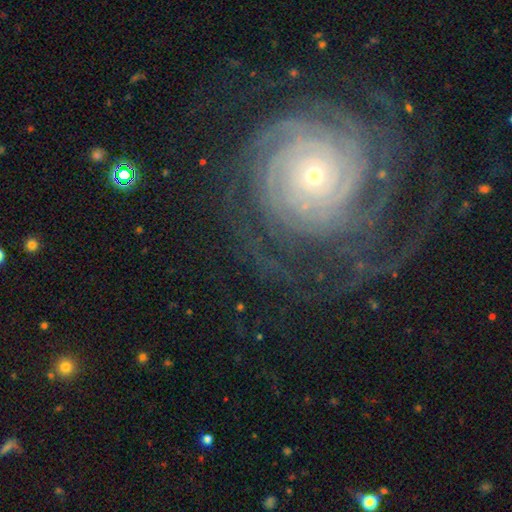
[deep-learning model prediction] Smooth or featured? Predicted: featured or disk (p=0.86). Edge-on disk? Predicted: no (p=0.97). Bar? Predicted: no (p=0.80). Spiral arms? Predicted: yes (p=0.98). Spiral winding? Predicted: tight (p=0.83). Spiral arm count? Predicted: can't tell (p=0.24). Bulge size? Predicted: small (p=0.77). Merging? Predicted: none (p=0.74).